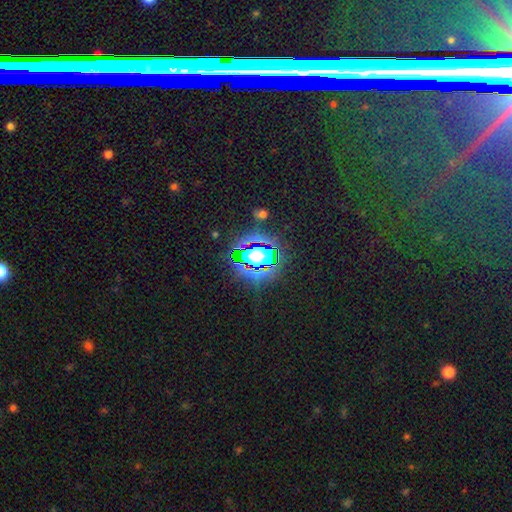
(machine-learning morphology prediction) Smooth or featured? Predicted: star or artifact (p=0.63).